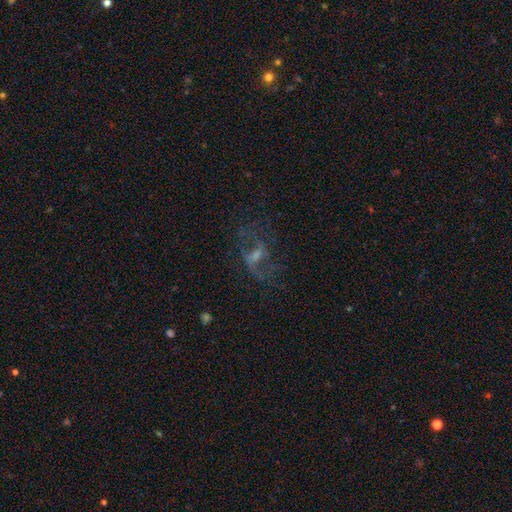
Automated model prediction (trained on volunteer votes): A featured or disk galaxy (64%) with a weak bar (45%), spiral arms (64%) and a small central bulge (40%).

Vote fractions:
- Smooth or featured? featured or disk: 64% / smooth: 19% / star or artifact: 16%
- Edge-on disk? no: 95% / yes: 5%
- Bar? weak: 45% / no: 40% / strong: 16%
- Spiral arms? yes: 64% / no: 36%
- Bulge size? small: 40% / moderate: 33% / none: 20% / large: 5% / dominant: 1%
- Merging? none: 48% / major disturbance: 34% / minor disturbance: 16% / merger: 3%